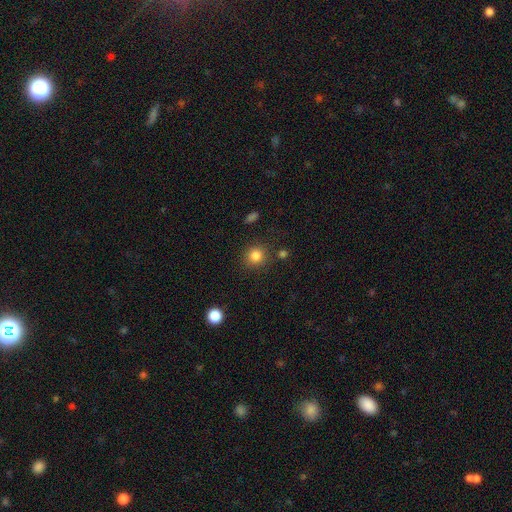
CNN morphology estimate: smooth-or-featured: smooth: 84% | star or artifact: 12% | featured or disk: 5%
  how-rounded: round: 89% | in between: 10% | cigar-shaped: 1%
  merging: none: 85% | minor disturbance: 8% | merger: 4% | major disturbance: 3%